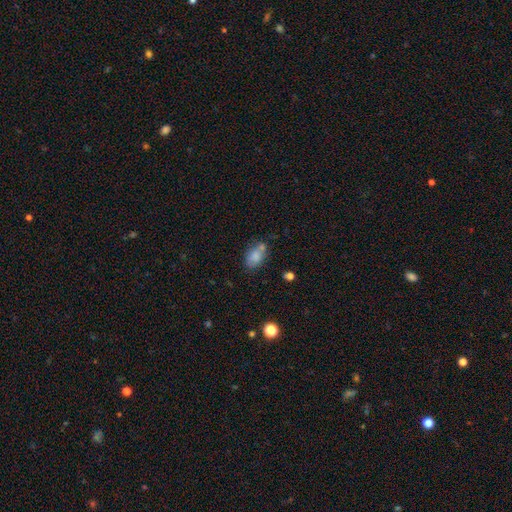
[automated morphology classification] Smooth or featured?
  - smooth: 76% *
  - featured or disk: 14%
  - star or artifact: 10%
How rounded?
  - in between: 86% *
  - round: 12%
  - cigar-shaped: 2%
Merging?
  - none: 53% *
  - merger: 20%
  - minor disturbance: 20%
  - major disturbance: 6%